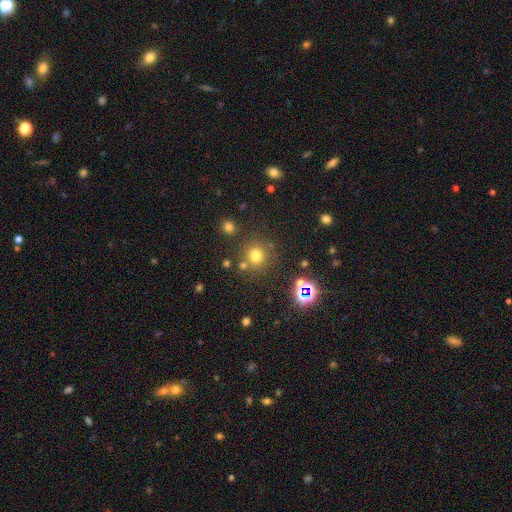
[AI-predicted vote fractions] Overall: smooth (71%). How rounded: round (91%). Merging: none (79%).